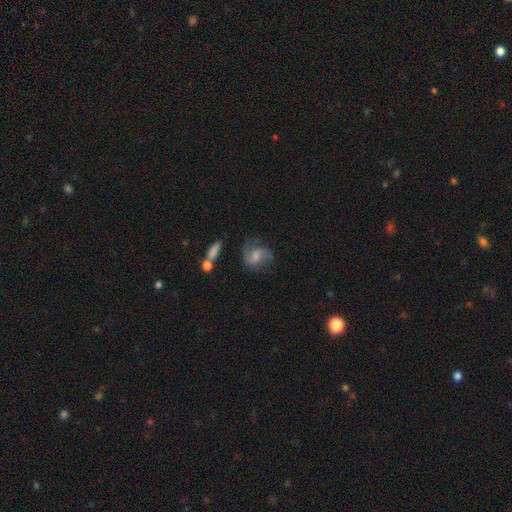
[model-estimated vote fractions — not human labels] featured or disk 67%, smooth 23%, star or artifact 10%. Down the decision tree: edge-on disk — no (96%); bar — weak (49%); spiral arms — yes (91%); spiral arm count — 2 (75%); spiral winding — medium (48%); bulge size — moderate (48%); merging — none (66%).